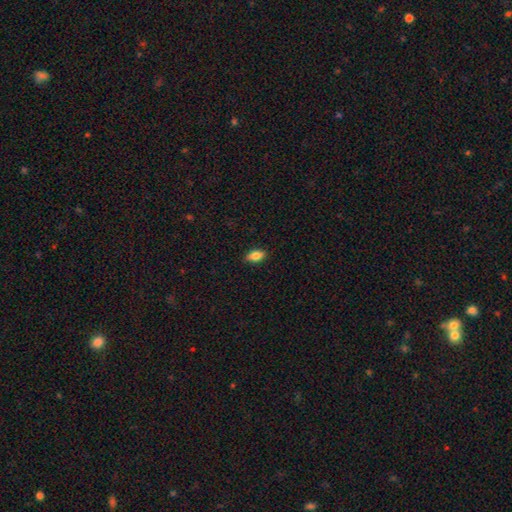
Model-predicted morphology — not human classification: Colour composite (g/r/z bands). It shows a smooth galaxy with no disk features (83%) that is in between round and cigar-shaped (89%). Merging: none (88%).